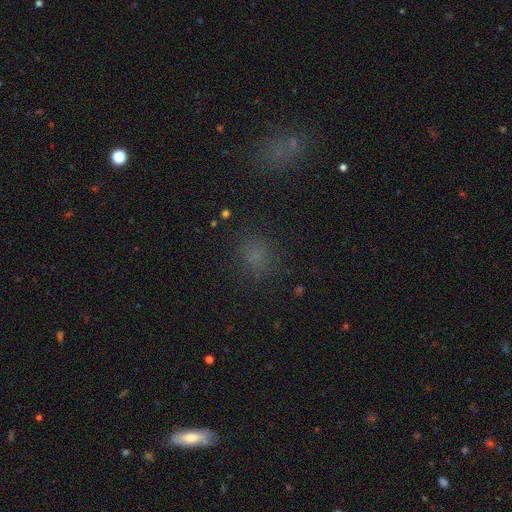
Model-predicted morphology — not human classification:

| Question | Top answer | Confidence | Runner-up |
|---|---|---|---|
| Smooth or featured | smooth | 68% | star or artifact (25%) |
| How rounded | round | 68% | in between (30%) |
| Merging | none | 82% | minor disturbance (11%) |